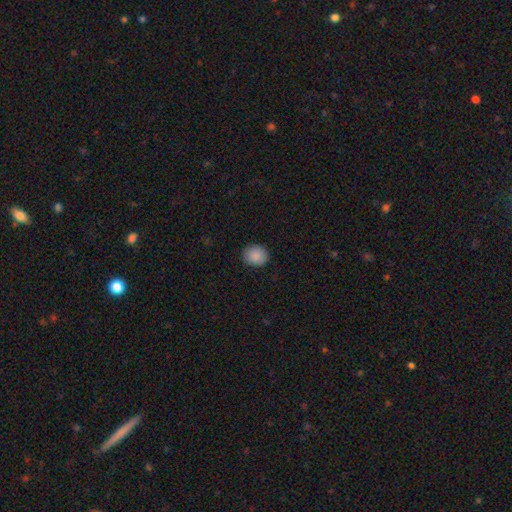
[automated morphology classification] Smooth or featured? smooth (89%)
How rounded? round (74%)
Merging? none (89%)